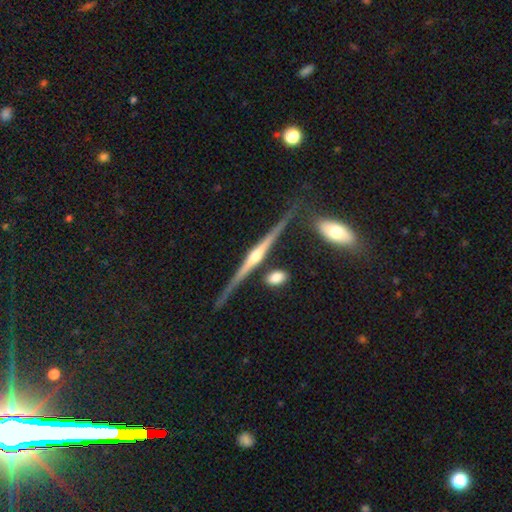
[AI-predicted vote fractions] Morphology: type=featured or disk (83%); edge-on=yes (98%); edge-on bulge=rounded (85%); merging=none (79%).